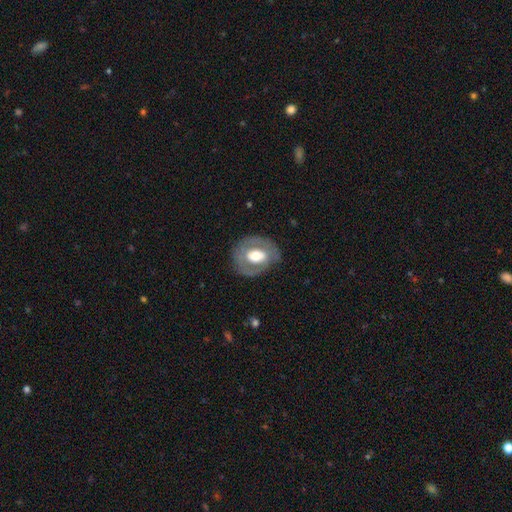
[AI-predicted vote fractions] smooth_or_featured: featured or disk (p=0.56) [alt: smooth p=0.38]
disk_edge_on: no (p=0.95) [alt: yes p=0.05]
bar: no (p=0.58) [alt: weak p=0.28]
has_spiral_arms: no (p=0.68) [alt: yes p=0.32]
bulge_size: moderate (p=0.47) [alt: large p=0.41]
merging: none (p=0.74) [alt: minor disturbance p=0.16]